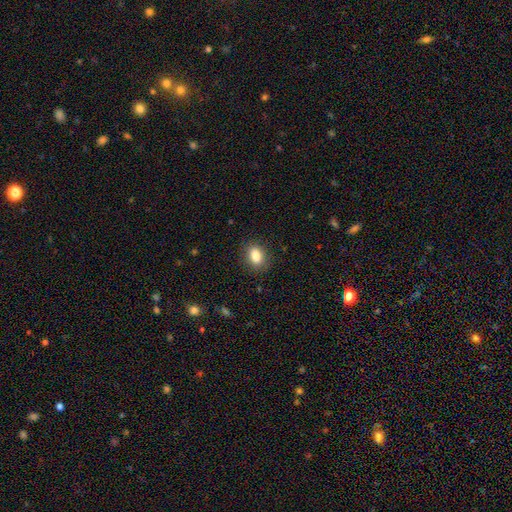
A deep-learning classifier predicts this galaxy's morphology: A smooth galaxy with no disk features (85%) that is in between round and cigar-shaped (77%).

Vote fractions:
- Smooth or featured? smooth: 85% / star or artifact: 9% / featured or disk: 6%
- How rounded? in between: 77% / round: 21% / cigar-shaped: 2%
- Merging? none: 87% / minor disturbance: 10% / major disturbance: 3% / merger: 1%